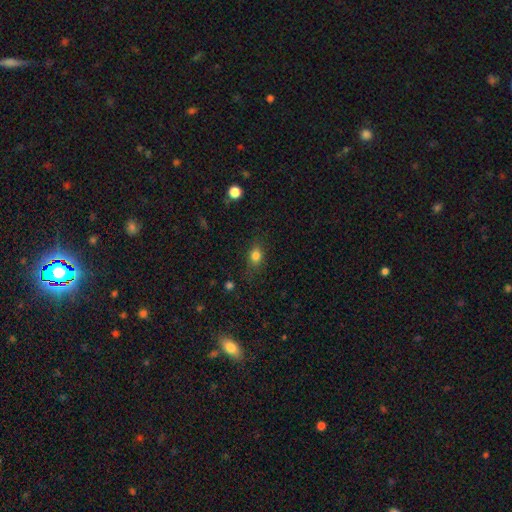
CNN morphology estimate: Q: Smooth or featured?
A: smooth (81%); runner-up: star or artifact (12%)
Q: How rounded?
A: in between (59%); runner-up: round (38%)
Q: Merging?
A: none (78%); runner-up: minor disturbance (16%)